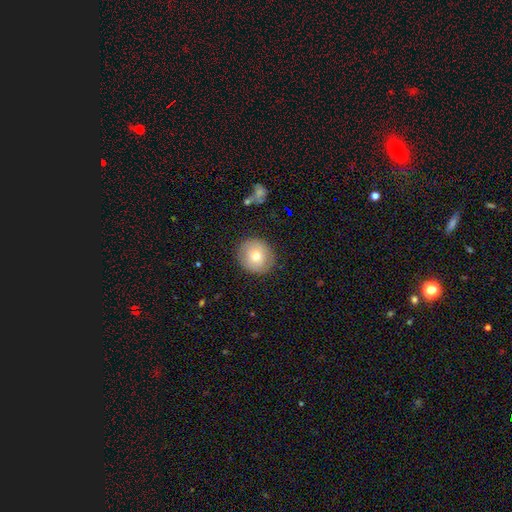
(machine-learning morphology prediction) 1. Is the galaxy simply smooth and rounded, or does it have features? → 67% smooth, 24% featured or disk, 9% star or artifact.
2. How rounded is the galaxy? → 88% round, 11% in between, 1% cigar-shaped.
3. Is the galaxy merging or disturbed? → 84% none, 11% minor disturbance, 3% major disturbance, 1% merger.